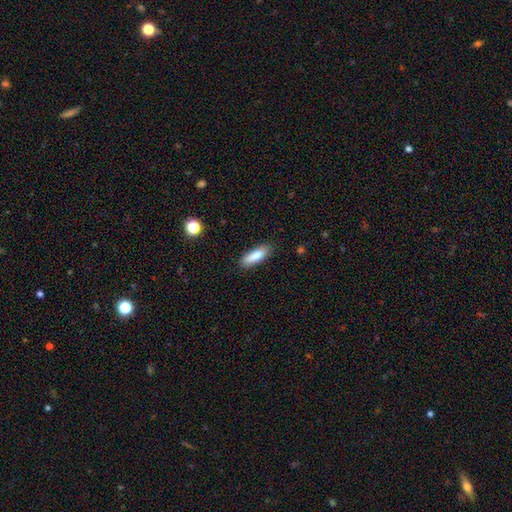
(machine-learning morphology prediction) Smooth or featured? Predicted: smooth (p=0.82). How rounded? Predicted: cigar-shaped (p=0.52). Merging? Predicted: none (p=0.83).